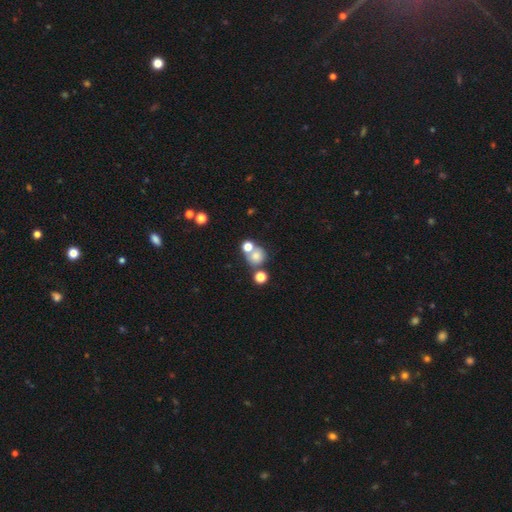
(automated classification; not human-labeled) Smooth or featured?
  - smooth: 72% *
  - star or artifact: 14%
  - featured or disk: 13%
How rounded?
  - round: 81% *
  - in between: 18%
  - cigar-shaped: 1%
Merging?
  - none: 48% *
  - merger: 37%
  - minor disturbance: 9%
  - major disturbance: 5%